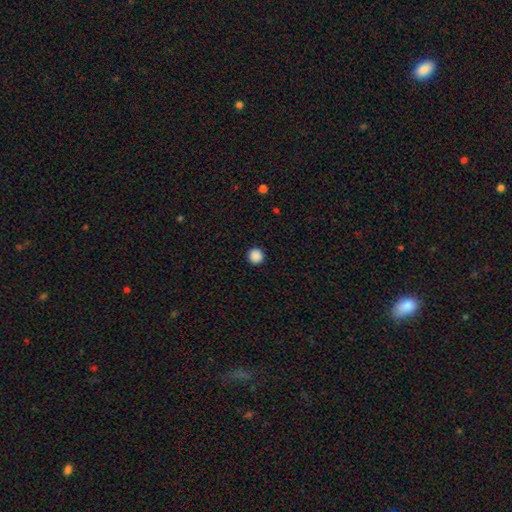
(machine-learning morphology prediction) Smooth or featured: smooth — 89% (star or artifact — 9%)
How rounded: round — 95% (in between — 4%)
Merging: none — 93% (minor disturbance — 4%)